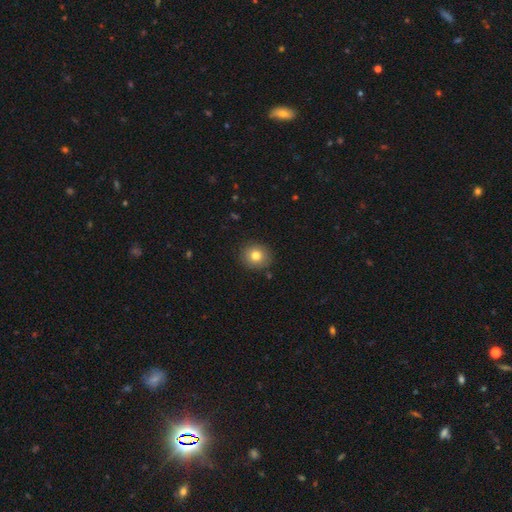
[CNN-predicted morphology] This is likely a smooth galaxy (79%). How rounded: clearly round (84%). Merging: clearly none (89%).